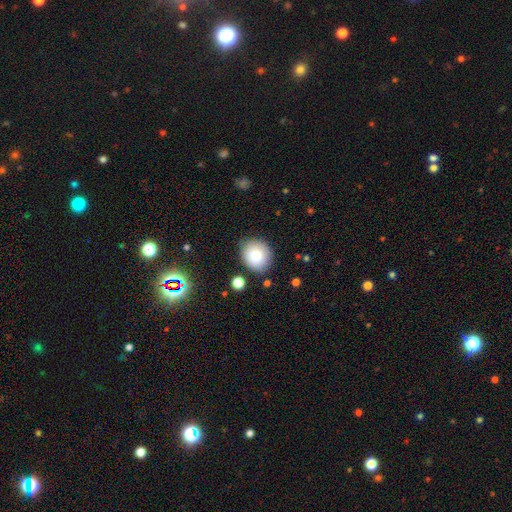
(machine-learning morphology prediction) type=smooth (81%); roundness=round (74%); merging=none (81%).